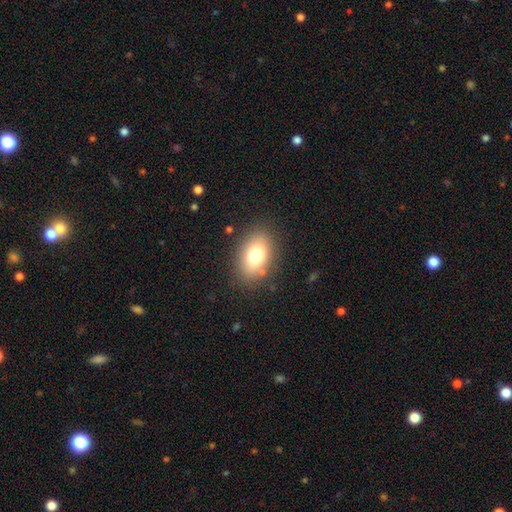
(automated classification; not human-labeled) Morphology: type=smooth (77%); roundness=in between (84%); merging=none (83%).